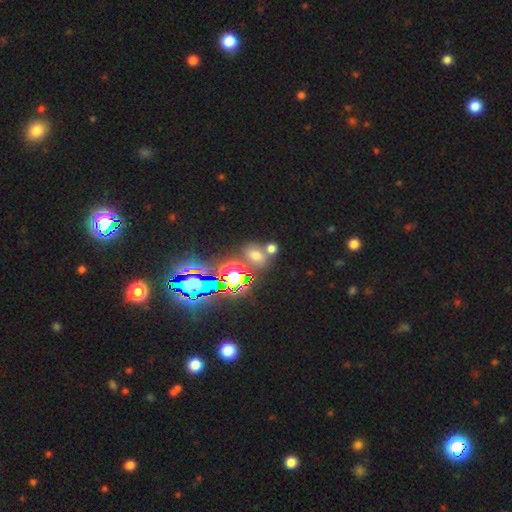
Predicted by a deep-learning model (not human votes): Q: Smooth or featured?
A: smooth (52%); runner-up: star or artifact (39%)
Q: How rounded?
A: in between (56%); runner-up: round (42%)
Q: Merging?
A: none (60%); runner-up: merger (25%)